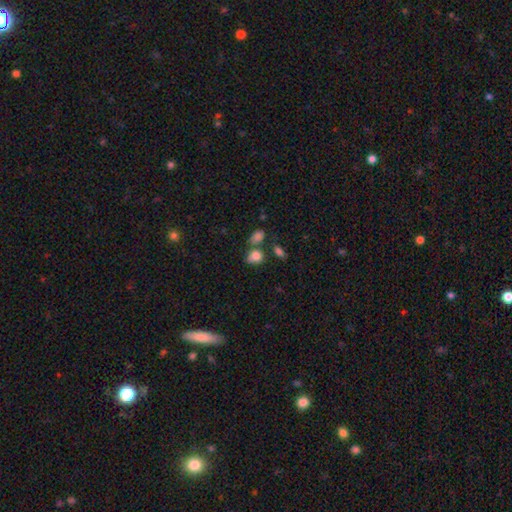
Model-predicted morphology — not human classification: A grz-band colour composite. It shows a smooth galaxy with no disk features (80%) that is in between round and cigar-shaped (57%). Merging: none (48%).